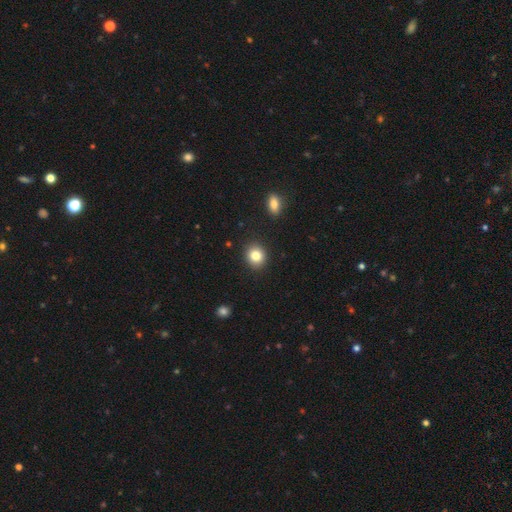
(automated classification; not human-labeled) Smooth or featured?
  - smooth: 84% *
  - star or artifact: 10%
  - featured or disk: 7%
How rounded?
  - round: 80% *
  - in between: 20%
  - cigar-shaped: 1%
Merging?
  - none: 90% *
  - minor disturbance: 7%
  - major disturbance: 2%
  - merger: 2%